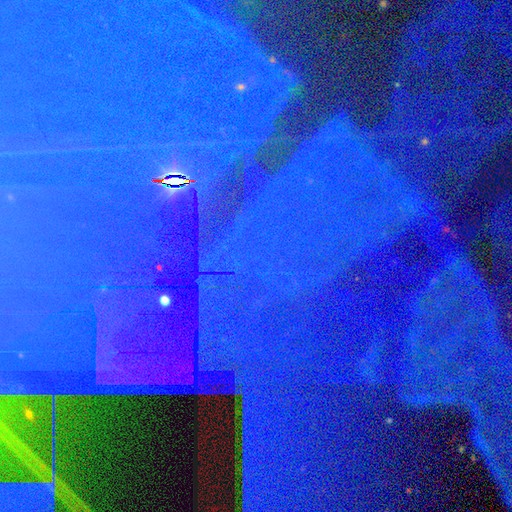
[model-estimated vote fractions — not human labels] Smooth or featured? star or artifact (85%)